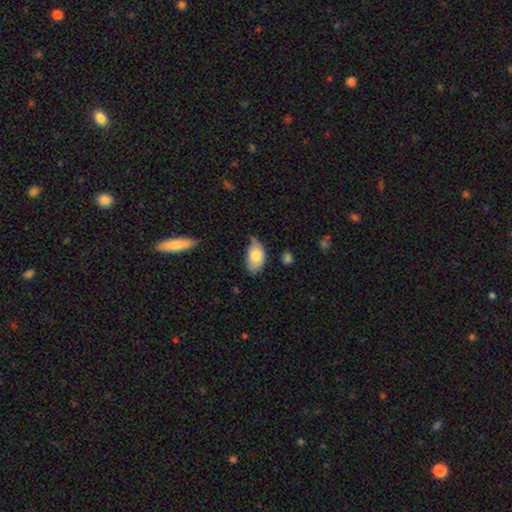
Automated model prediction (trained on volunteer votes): smooth_or_featured: smooth (p=0.78) [alt: featured or disk p=0.16]
how_rounded: in between (p=0.93) [alt: round p=0.05]
merging: none (p=0.45) [alt: minor disturbance p=0.42]